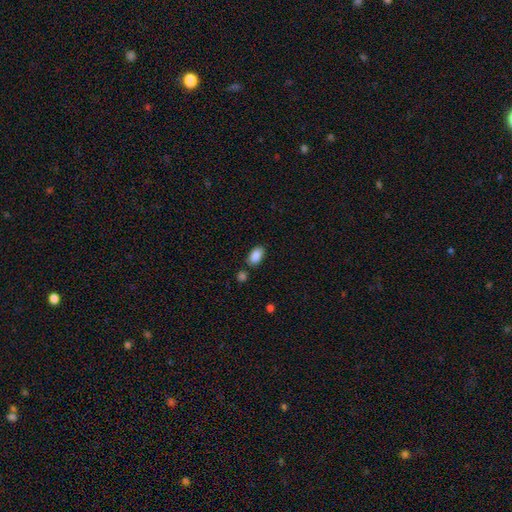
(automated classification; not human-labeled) smooth-or-featured: smooth: 88% | star or artifact: 7% | featured or disk: 5%
  how-rounded: in between: 93% | round: 5% | cigar-shaped: 2%
  merging: none: 79% | minor disturbance: 11% | merger: 6% | major disturbance: 3%